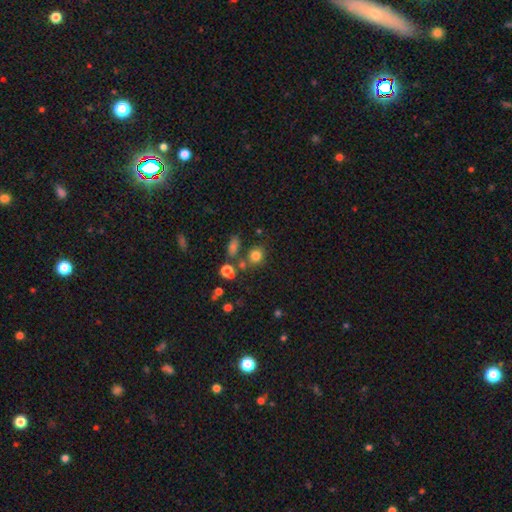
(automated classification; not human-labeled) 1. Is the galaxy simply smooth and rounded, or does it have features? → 78% smooth, 14% star or artifact, 7% featured or disk.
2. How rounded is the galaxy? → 74% round, 25% in between, 1% cigar-shaped.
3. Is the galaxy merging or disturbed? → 68% none, 15% merger, 12% minor disturbance, 5% major disturbance.